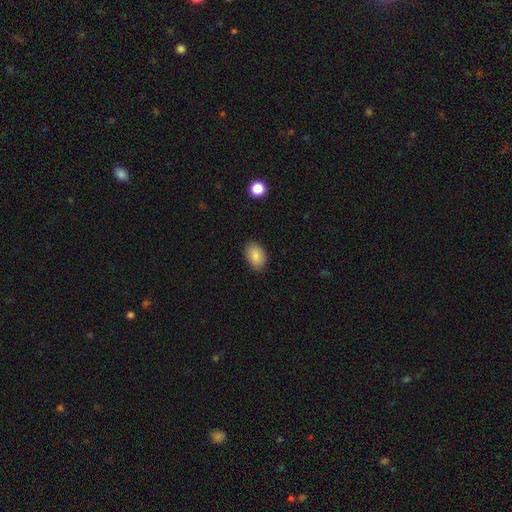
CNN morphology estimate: type=smooth (87%); roundness=in between (88%); merging=none (87%).